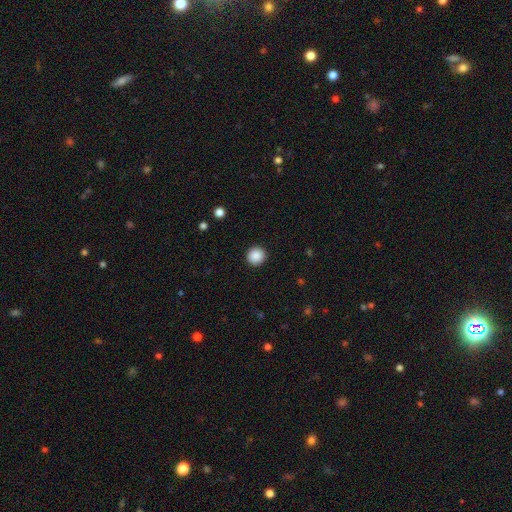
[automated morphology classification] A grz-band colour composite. It shows a smooth galaxy with no disk features (88%) that is round (94%). Merging: none (92%).